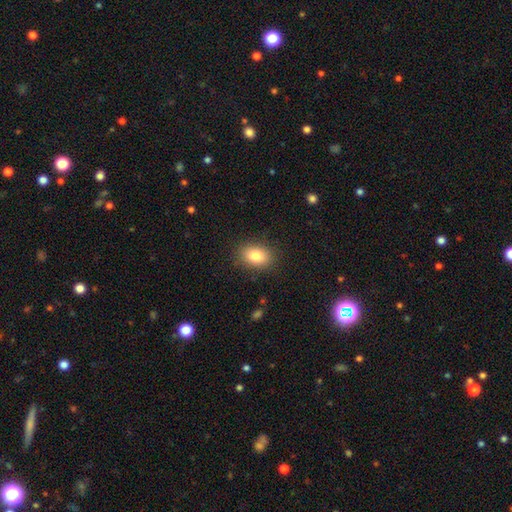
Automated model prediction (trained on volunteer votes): Overall: smooth (83%). How rounded: in between (78%). Merging: none (87%).